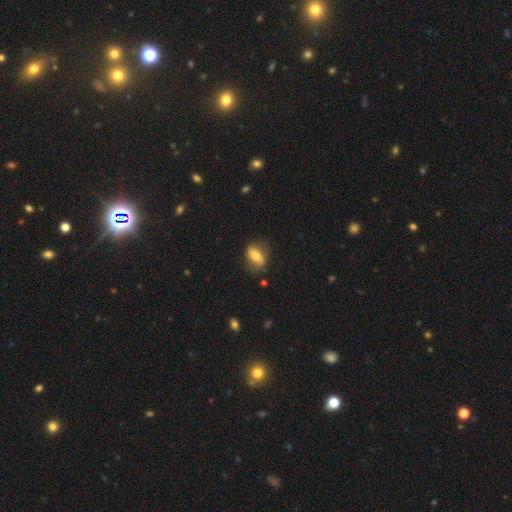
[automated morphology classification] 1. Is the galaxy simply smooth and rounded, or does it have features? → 67% smooth, 25% featured or disk, 8% star or artifact.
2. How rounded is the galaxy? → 81% in between, 14% round, 6% cigar-shaped.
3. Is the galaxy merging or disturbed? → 76% none, 17% minor disturbance, 5% major disturbance, 2% merger.